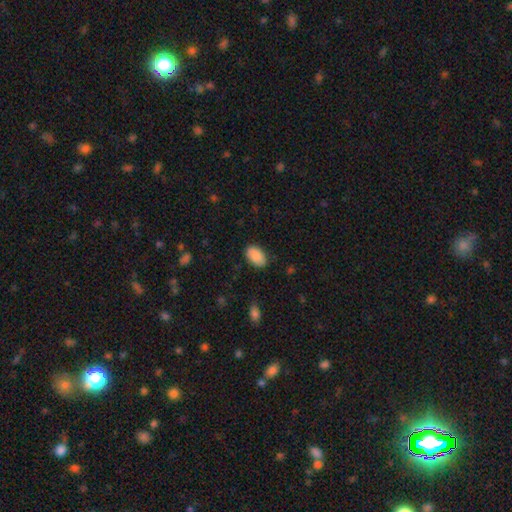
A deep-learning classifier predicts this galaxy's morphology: A smooth galaxy with no disk features (90%) that is in between round and cigar-shaped (93%). Merging: none (86%).